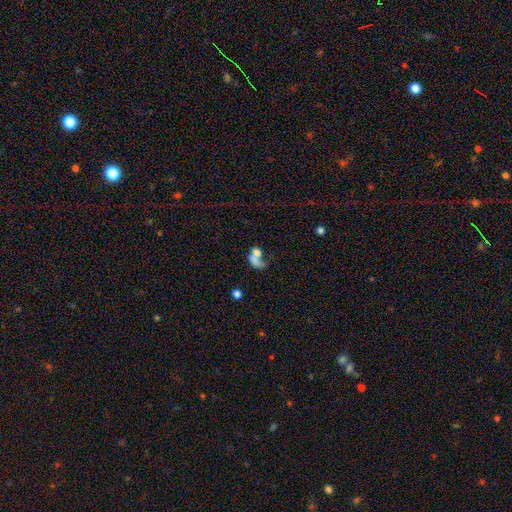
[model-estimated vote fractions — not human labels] Smooth or featured?
  - smooth: 56% *
  - featured or disk: 30%
  - star or artifact: 14%
How rounded?
  - in between: 67% *
  - round: 28%
  - cigar-shaped: 4%
Merging?
  - merger: 50% *
  - major disturbance: 24%
  - none: 17%
  - minor disturbance: 9%